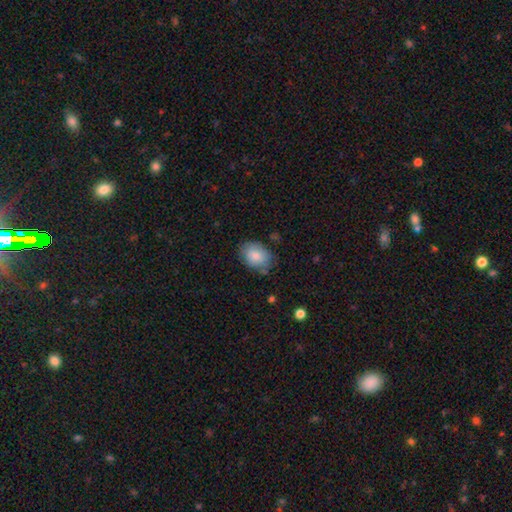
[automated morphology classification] Overall: smooth (85%). How rounded: in between (70%). Merging: none (73%).